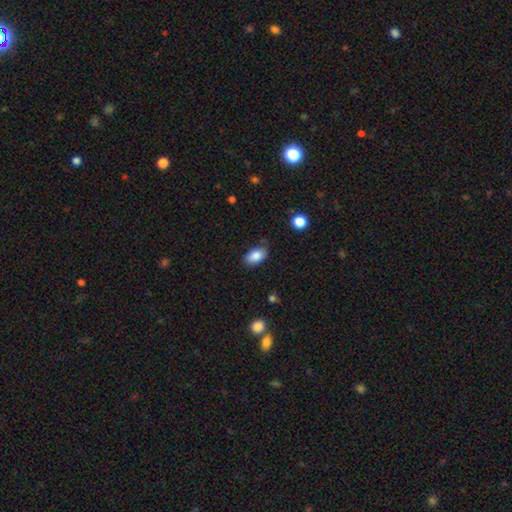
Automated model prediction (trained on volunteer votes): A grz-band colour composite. It shows a smooth galaxy with no disk features (86%) that is in between round and cigar-shaped (92%). Merging: none (80%).